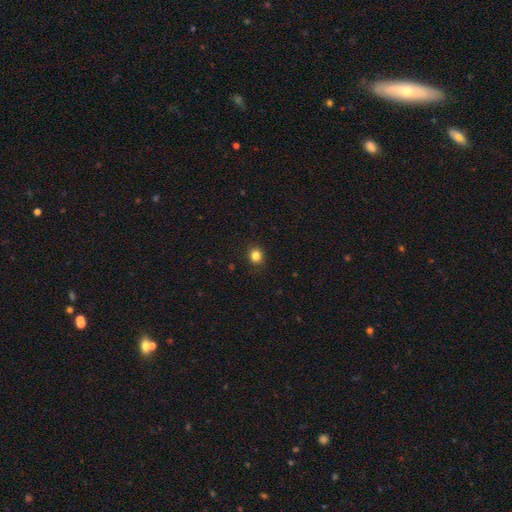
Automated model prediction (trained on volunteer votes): Smooth or featured?
  - smooth: 83% *
  - star or artifact: 12%
  - featured or disk: 4%
How rounded?
  - round: 85% *
  - in between: 14%
  - cigar-shaped: 1%
Merging?
  - none: 91% *
  - minor disturbance: 6%
  - major disturbance: 2%
  - merger: 1%